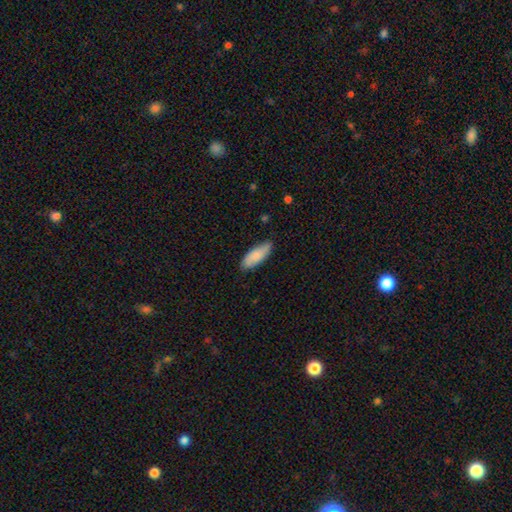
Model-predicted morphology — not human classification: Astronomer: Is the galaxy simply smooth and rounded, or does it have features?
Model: smooth — 82%.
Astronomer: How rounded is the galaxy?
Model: in between — 73%.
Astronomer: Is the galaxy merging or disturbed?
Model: none — 79%.